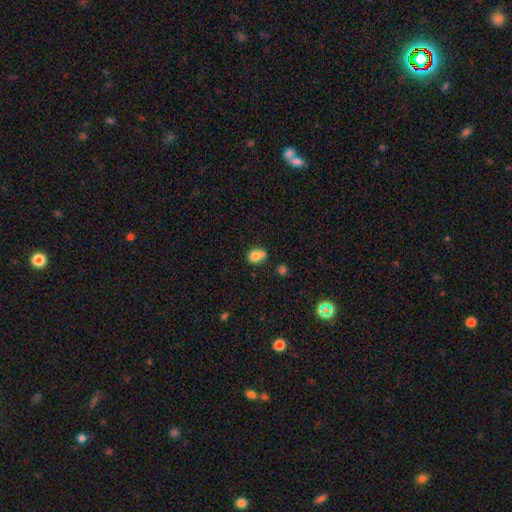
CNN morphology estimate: Smooth or featured? smooth (78%)
How rounded? in between (54%)
Merging? none (41%)